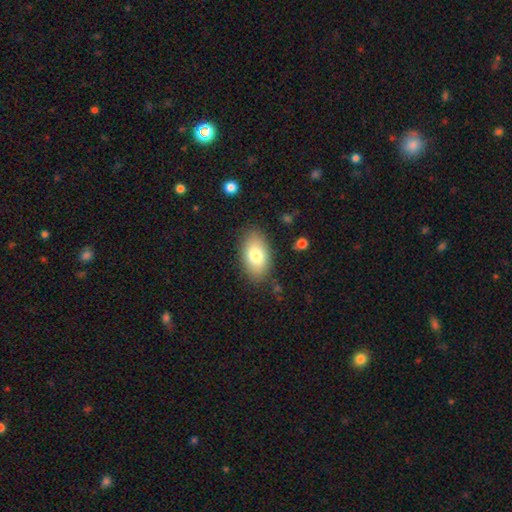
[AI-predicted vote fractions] smooth-or-featured: smooth: 79% | featured or disk: 15% | star or artifact: 7%
  how-rounded: in between: 93% | round: 5% | cigar-shaped: 2%
  merging: none: 83% | minor disturbance: 12% | major disturbance: 3% | merger: 2%